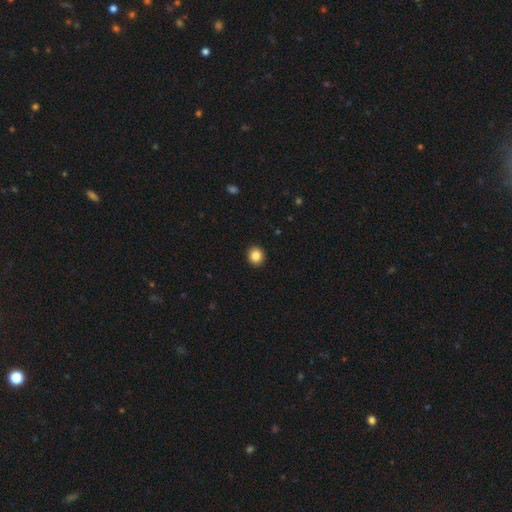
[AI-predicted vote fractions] smooth 85%, star or artifact 10%, featured or disk 5%. Down the decision tree: how rounded — round (88%); merging — none (93%).